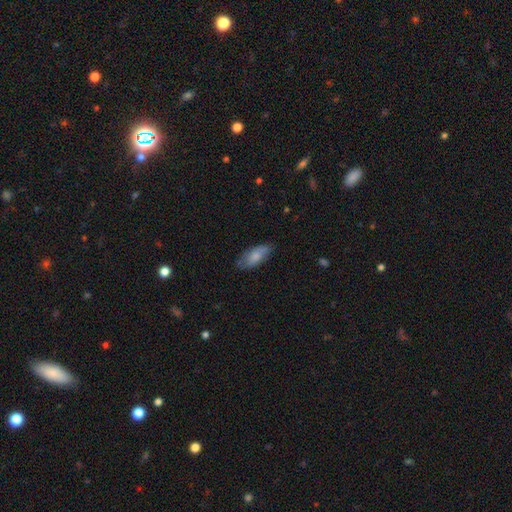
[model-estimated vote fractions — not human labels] This is likely a smooth galaxy (74%). How rounded: clearly in between (82%). Merging: likely none (72%).